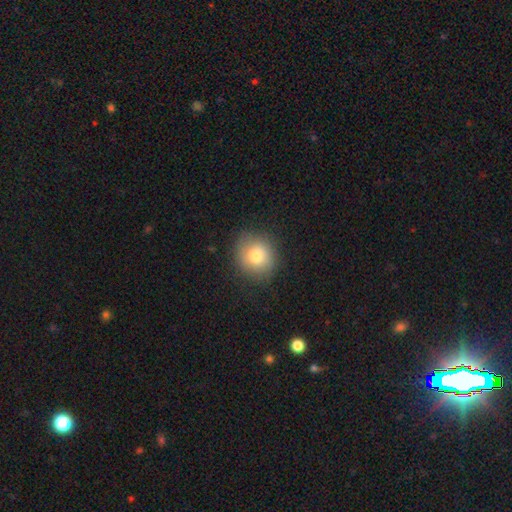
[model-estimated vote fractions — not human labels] Smooth or featured? smooth (78%)
How rounded? round (84%)
Merging? none (85%)